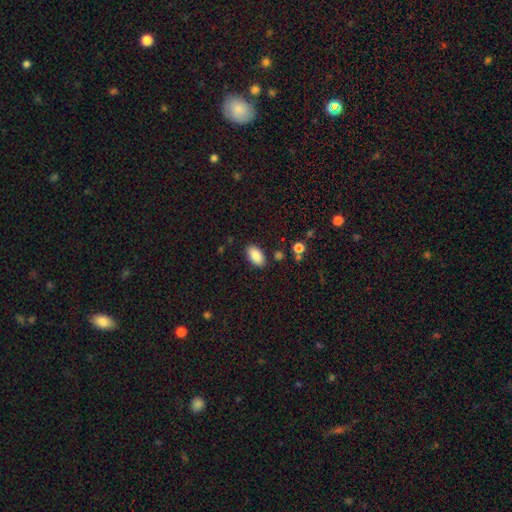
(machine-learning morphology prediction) Smooth or featured: smooth — 88% (star or artifact — 7%)
How rounded: in between — 94% (round — 3%)
Merging: none — 86% (minor disturbance — 9%)